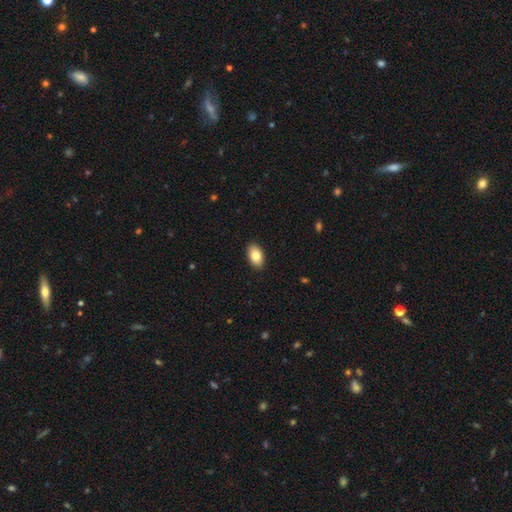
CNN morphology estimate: Smooth or featured: smooth — 83% (featured or disk — 10%)
How rounded: in between — 93% (round — 5%)
Merging: none — 90% (minor disturbance — 7%)